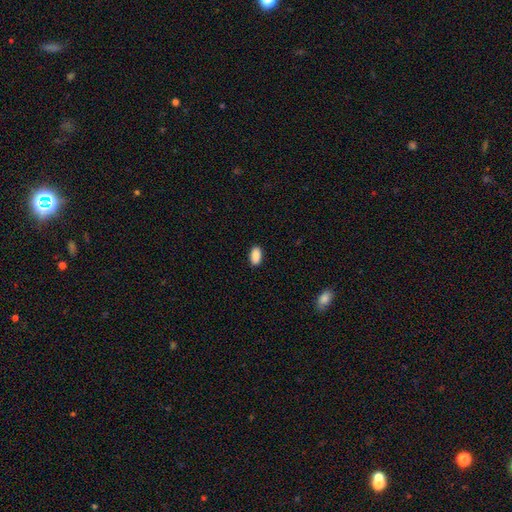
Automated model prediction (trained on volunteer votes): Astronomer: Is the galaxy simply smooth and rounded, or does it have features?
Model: smooth — 90%.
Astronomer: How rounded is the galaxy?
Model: in between — 94%.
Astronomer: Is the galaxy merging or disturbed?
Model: none — 89%.